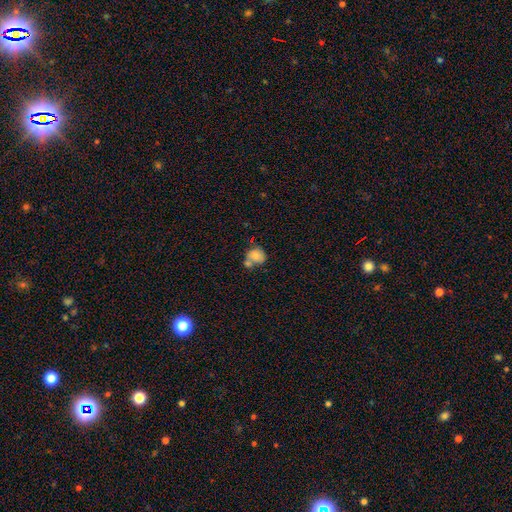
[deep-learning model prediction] smooth 78%, featured or disk 13%, star or artifact 9%. Down the decision tree: how rounded — round (76%); merging — merger (42%).